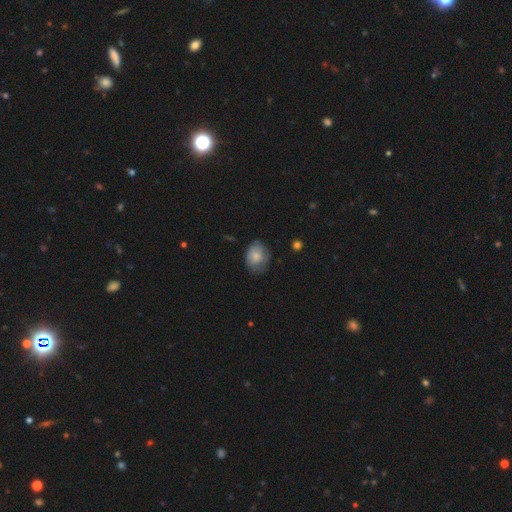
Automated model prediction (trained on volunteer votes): Smooth or featured? Predicted: smooth (p=0.75). How rounded? Predicted: in between (p=0.56). Merging? Predicted: none (p=0.65).